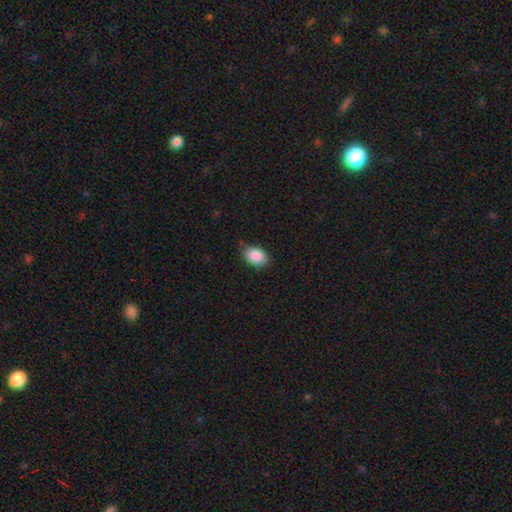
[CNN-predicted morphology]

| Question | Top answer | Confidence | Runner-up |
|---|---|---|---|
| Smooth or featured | smooth | 89% | star or artifact (7%) |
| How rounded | in between | 84% | round (14%) |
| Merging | none | 80% | minor disturbance (16%) |